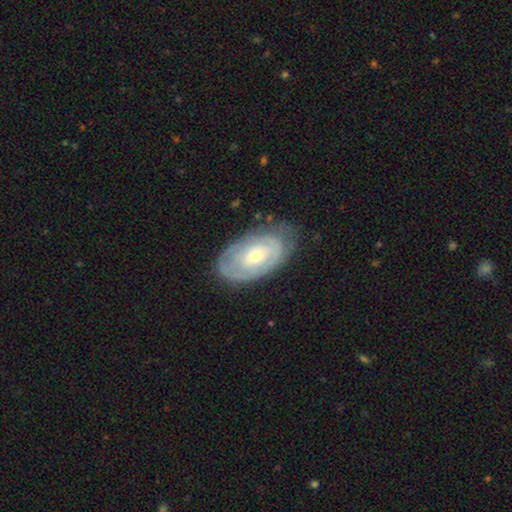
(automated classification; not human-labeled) This is likely a featured or disk galaxy (65%). It is clearly not viewed edge-on (93%). Bar: likely no (70%). Spiral arm pattern: likely yes (65%). Central bulge: possibly moderate (47%, tied with small). Merging: likely none (69%).